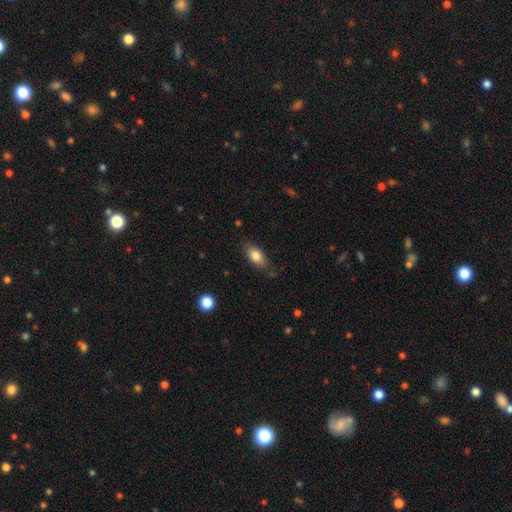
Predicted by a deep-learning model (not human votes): A smooth galaxy with no disk features (80%) that is in between round and cigar-shaped (85%).

Vote fractions:
- Smooth or featured? smooth: 80% / featured or disk: 13% / star or artifact: 7%
- How rounded? in between: 85% / cigar-shaped: 9% / round: 5%
- Merging? none: 75% / minor disturbance: 20% / major disturbance: 4% / merger: 2%